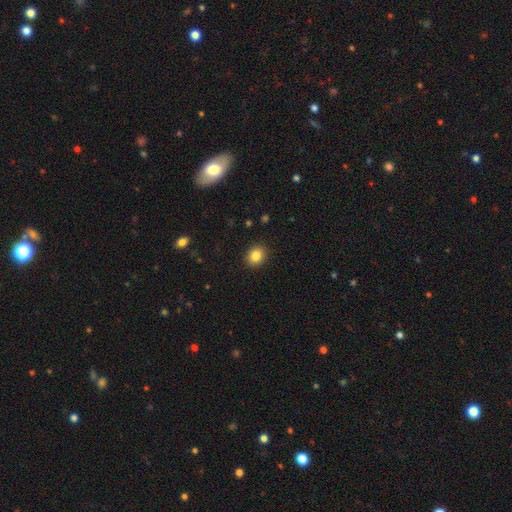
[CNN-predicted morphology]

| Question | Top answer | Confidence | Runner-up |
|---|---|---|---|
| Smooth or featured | smooth | 84% | star or artifact (10%) |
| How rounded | round | 66% | in between (33%) |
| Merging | none | 91% | minor disturbance (6%) |